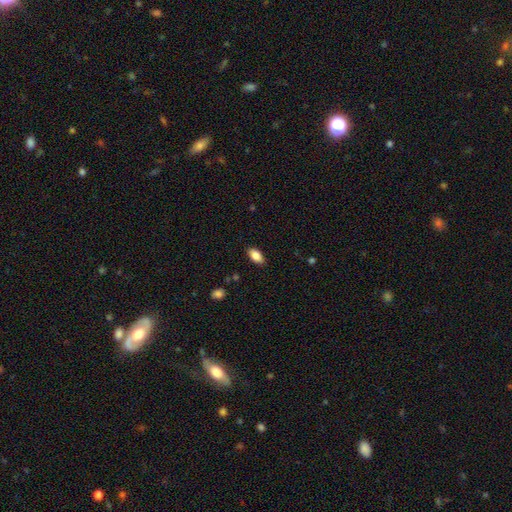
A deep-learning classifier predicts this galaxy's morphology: smooth_or_featured: smooth (p=0.86) [alt: star or artifact p=0.07]
how_rounded: in between (p=0.91) [alt: cigar-shaped p=0.05]
merging: none (p=0.87) [alt: minor disturbance p=0.10]